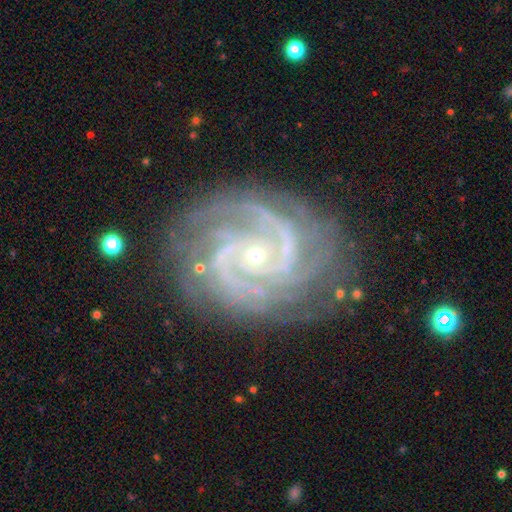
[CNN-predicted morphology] Q: Smooth or featured?
A: featured or disk (92%); runner-up: star or artifact (5%)
Q: Edge-on disk?
A: no (98%); runner-up: yes (2%)
Q: Bar?
A: no (66%); runner-up: weak (23%)
Q: Spiral arms?
A: yes (99%); runner-up: no (1%)
Q: Spiral winding?
A: tight (64%); runner-up: medium (32%)
Q: Spiral arm count?
A: 2 (33%); runner-up: 3 (28%)
Q: Bulge size?
A: small (80%); runner-up: moderate (17%)
Q: Merging?
A: none (77%); runner-up: minor disturbance (15%)